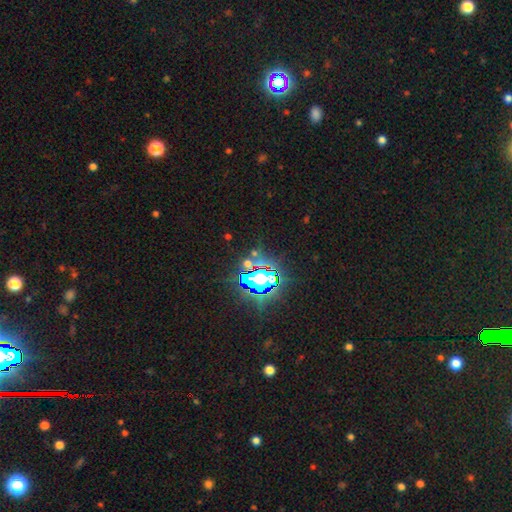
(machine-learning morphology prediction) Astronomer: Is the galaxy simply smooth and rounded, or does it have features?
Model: star or artifact — 77%.